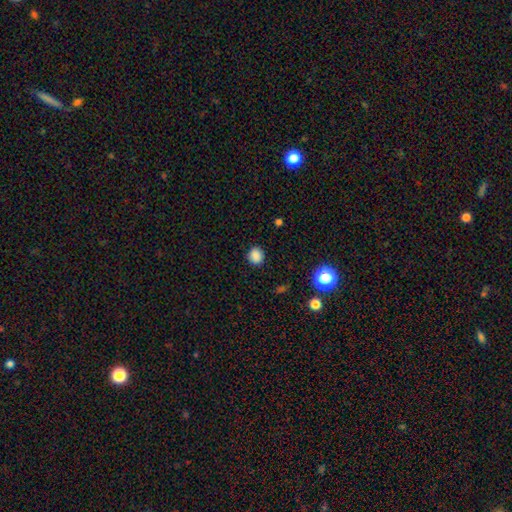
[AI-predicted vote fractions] A smooth galaxy with no disk features (85%) that is round (84%). Merging: none (88%).